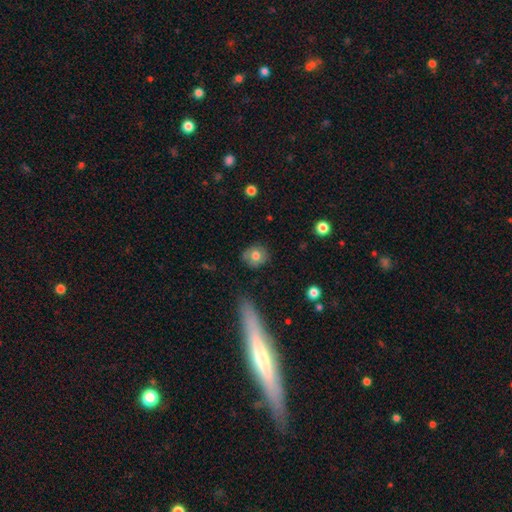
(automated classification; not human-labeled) A smooth galaxy with no disk features (75%) that is round (80%).

Vote fractions:
- Smooth or featured? smooth: 75% / featured or disk: 16% / star or artifact: 9%
- How rounded? round: 80% / in between: 18% / cigar-shaped: 1%
- Merging? none: 82% / minor disturbance: 13% / major disturbance: 3% / merger: 2%